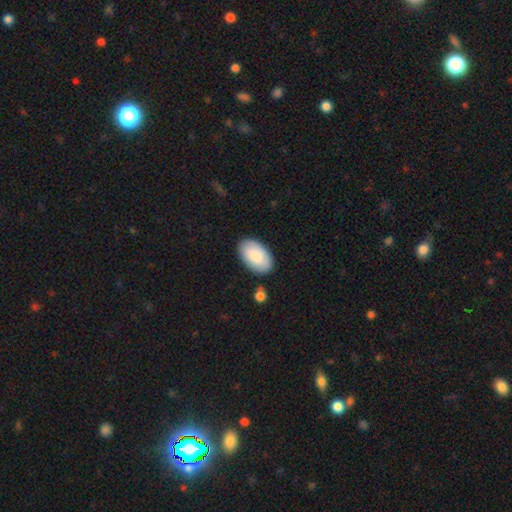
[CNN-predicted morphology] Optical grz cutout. It shows a smooth galaxy with no disk features (85%) that is in between round and cigar-shaped (95%). Merging: none (85%).